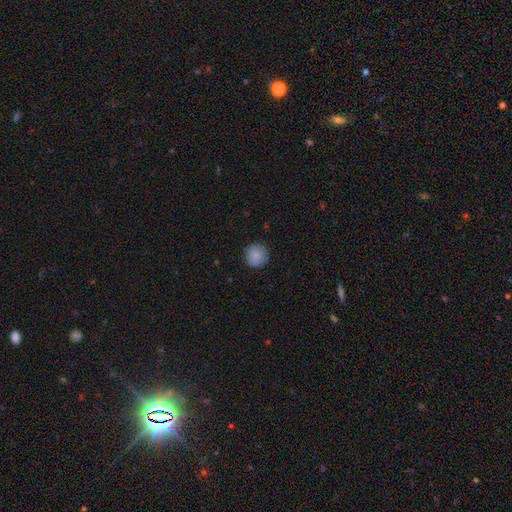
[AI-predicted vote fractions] Smooth or featured: smooth — 86% (star or artifact — 8%)
How rounded: round — 95% (in between — 4%)
Merging: none — 89% (minor disturbance — 8%)